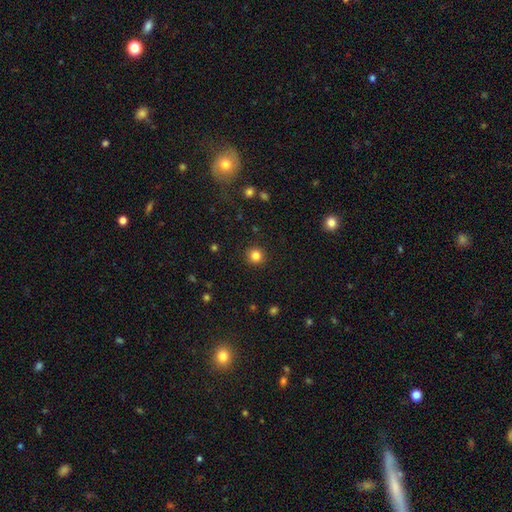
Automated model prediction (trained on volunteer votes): Q: Smooth or featured?
A: smooth (83%); runner-up: star or artifact (12%)
Q: How rounded?
A: round (93%); runner-up: in between (6%)
Q: Merging?
A: none (92%); runner-up: minor disturbance (5%)